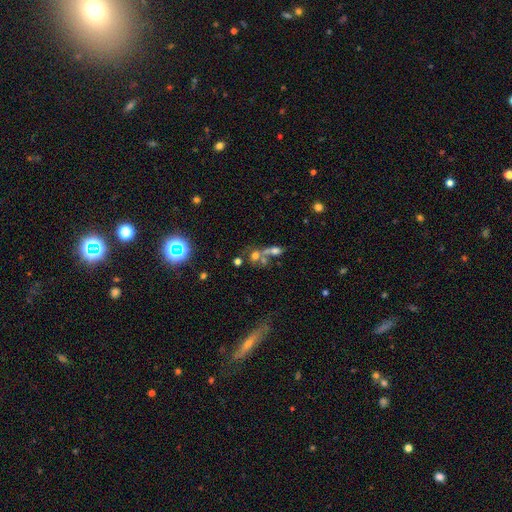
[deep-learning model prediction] Q: Smooth or featured?
A: smooth (51%); runner-up: star or artifact (25%)
Q: How rounded?
A: round (54%); runner-up: in between (42%)
Q: Merging?
A: merger (52%); runner-up: none (30%)